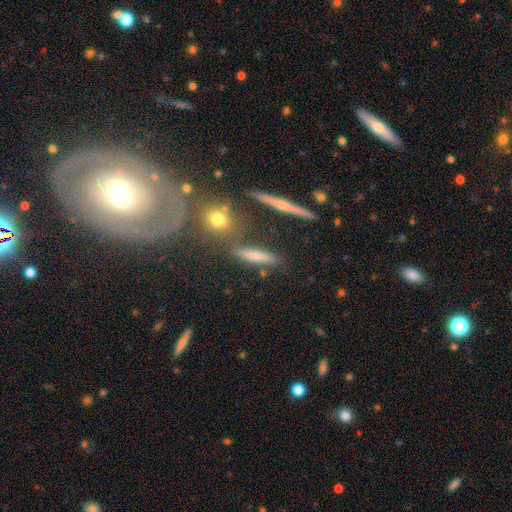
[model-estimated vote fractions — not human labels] Smooth or featured: smooth — 65% (featured or disk — 22%)
How rounded: cigar-shaped — 67% (in between — 25%)
Merging: none — 74% (minor disturbance — 12%)